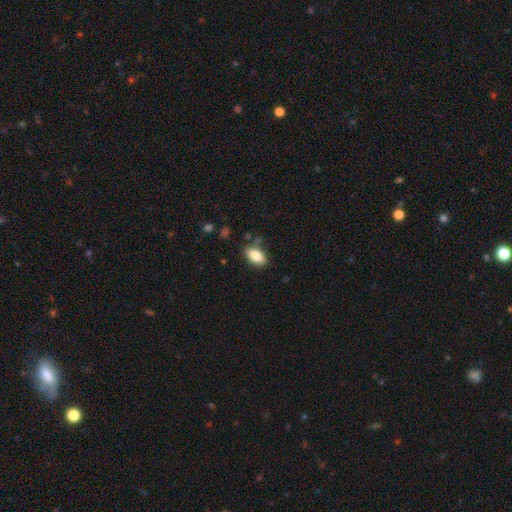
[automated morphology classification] A smooth galaxy with no disk features (84%) that is in between round and cigar-shaped (91%).

Vote fractions:
- Smooth or featured? smooth: 84% / featured or disk: 9% / star or artifact: 8%
- How rounded? in between: 91% / round: 5% / cigar-shaped: 4%
- Merging? none: 79% / minor disturbance: 15% / merger: 3% / major disturbance: 3%